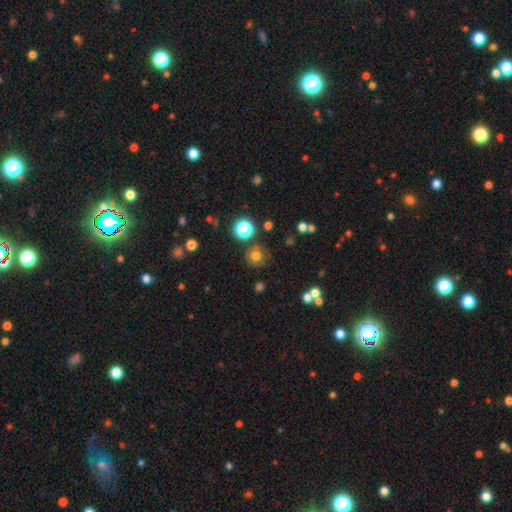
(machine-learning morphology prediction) The model was most divided on "smooth or featured": smooth: 71%, star or artifact: 19%, featured or disk: 10%. More confident: how rounded — round (91%); merging — none (81%).